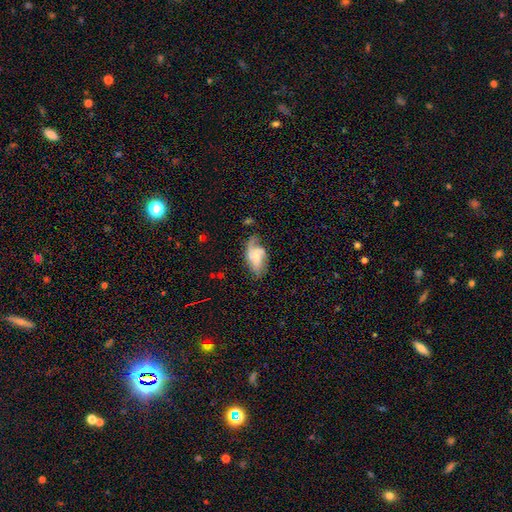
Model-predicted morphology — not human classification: smooth-or-featured: featured or disk: 65% | smooth: 27% | star or artifact: 8%
  disk-edge-on: no: 95% | yes: 5%
    bar: no: 59% | weak: 33% | strong: 8%
    has-spiral-arms: yes: 88% | no: 12%
      spiral-winding: medium: 42% | loose: 33% | tight: 25%
      spiral-arm-count: 2: 54% | can't tell: 16% | 1: 15% | 3: 11% | 4: 2% | more than 4: 2%
    bulge-size: small: 56% | moderate: 34% | none: 6% | large: 3% | dominant: 1%
  merging: none: 49% | minor disturbance: 28% | major disturbance: 19% | merger: 3%